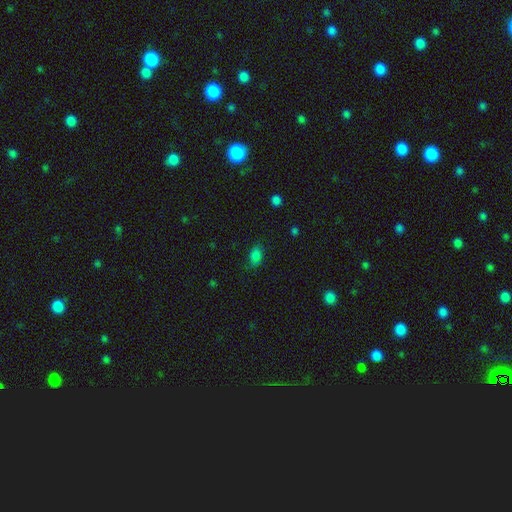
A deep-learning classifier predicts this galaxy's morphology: This appears to be a smooth galaxy with no disk features (81%) that is in between round and cigar-shaped (85%). Merging: none (78%).